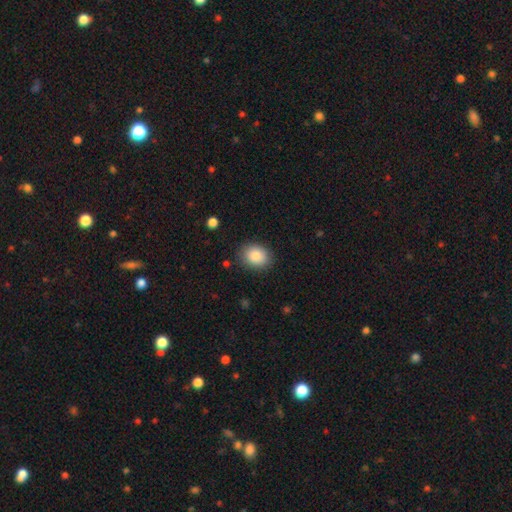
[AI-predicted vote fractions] This is clearly a smooth galaxy (86%). How rounded: possibly in between (53%). Merging: clearly none (86%).